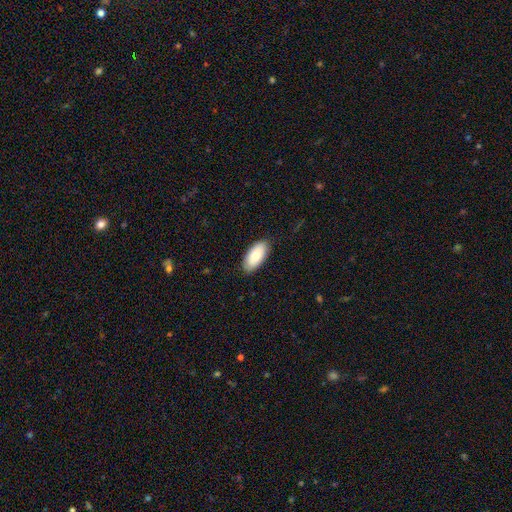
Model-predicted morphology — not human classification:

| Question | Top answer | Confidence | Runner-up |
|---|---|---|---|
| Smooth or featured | smooth | 76% | featured or disk (18%) |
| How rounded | in between | 94% | cigar-shaped (4%) |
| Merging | none | 85% | minor disturbance (11%) |